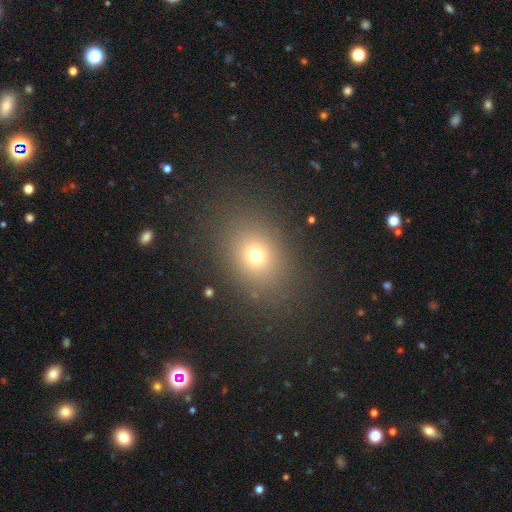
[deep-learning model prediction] Smooth or featured? smooth (72%)
How rounded? in between (55%)
Merging? none (85%)